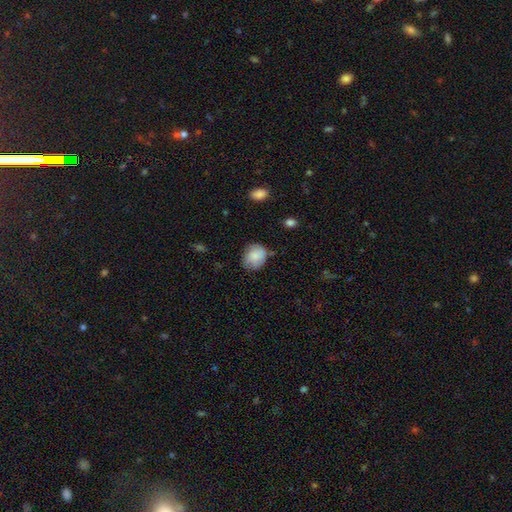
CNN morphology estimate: This is clearly a smooth galaxy (80%). How rounded: likely round (63%). Merging: likely none (64%).